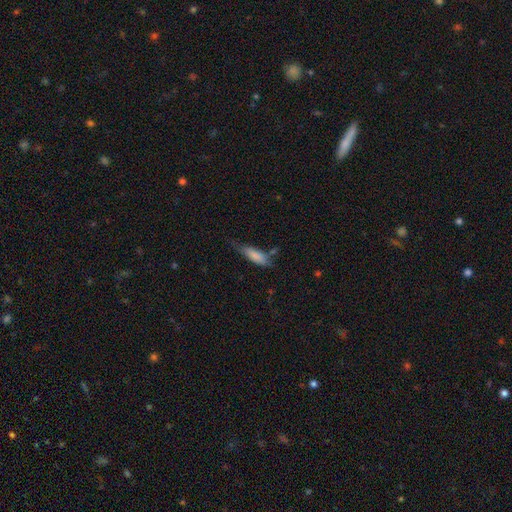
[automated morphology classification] Smooth or featured? Predicted: smooth (p=0.80). How rounded? Predicted: in between (p=0.51). Merging? Predicted: none (p=0.48).